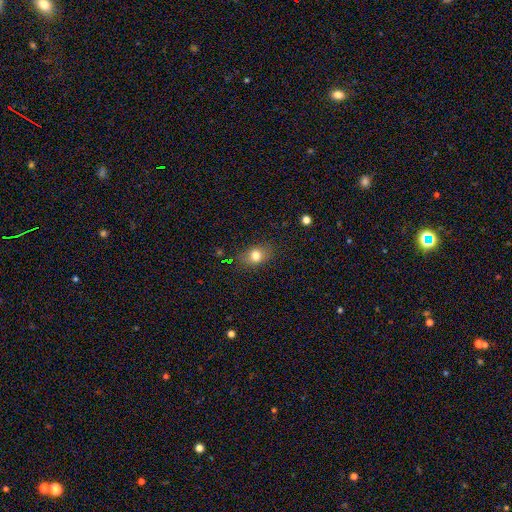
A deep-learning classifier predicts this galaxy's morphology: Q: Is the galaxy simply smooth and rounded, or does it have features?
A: smooth — 79%.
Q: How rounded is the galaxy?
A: in between — 63%.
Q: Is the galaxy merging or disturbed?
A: none — 79%.